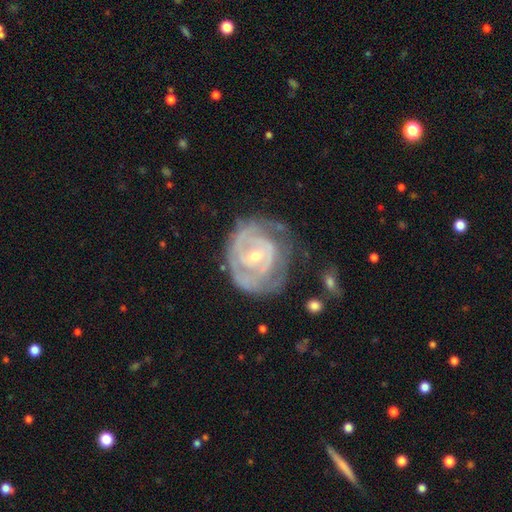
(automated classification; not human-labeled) Q: Smooth or featured?
A: featured or disk (86%); runner-up: smooth (9%)
Q: Edge-on disk?
A: no (98%); runner-up: yes (2%)
Q: Bar?
A: no (49%); runner-up: weak (40%)
Q: Spiral arms?
A: yes (90%); runner-up: no (10%)
Q: Spiral winding?
A: tight (69%); runner-up: medium (24%)
Q: Spiral arm count?
A: 2 (35%); runner-up: can't tell (34%)
Q: Bulge size?
A: small (51%); runner-up: moderate (45%)
Q: Merging?
A: none (53%); runner-up: minor disturbance (27%)